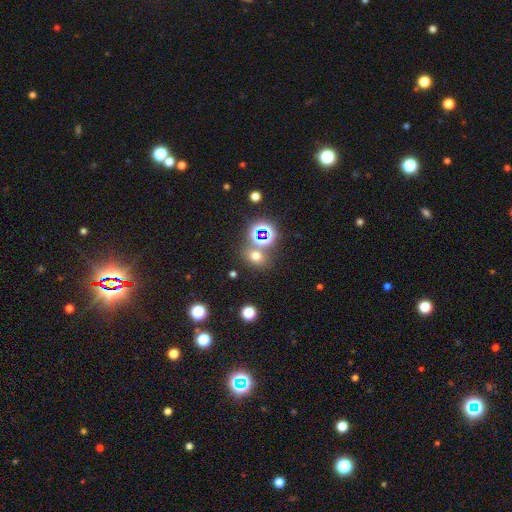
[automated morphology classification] Q: Smooth or featured?
A: smooth (59%); runner-up: star or artifact (32%)
Q: How rounded?
A: round (59%); runner-up: in between (39%)
Q: Merging?
A: none (69%); runner-up: merger (18%)